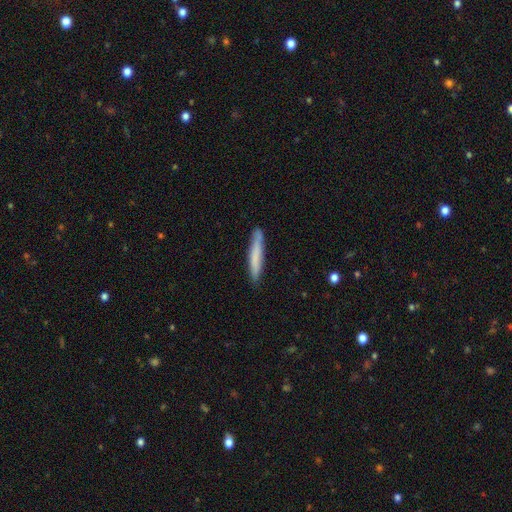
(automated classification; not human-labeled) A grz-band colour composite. It shows a smooth galaxy with no disk features (70%) that is cigar-shaped (95%). Merging: none (86%).